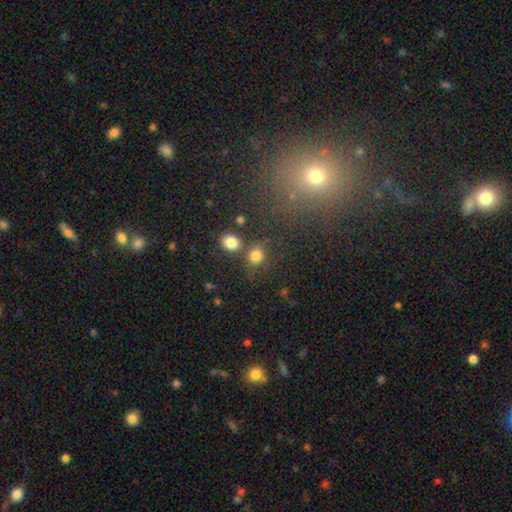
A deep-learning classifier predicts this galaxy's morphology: smooth_or_featured: smooth (p=0.80) [alt: star or artifact p=0.13]
how_rounded: round (p=0.72) [alt: in between p=0.27]
merging: none (p=0.59) [alt: merger p=0.23]